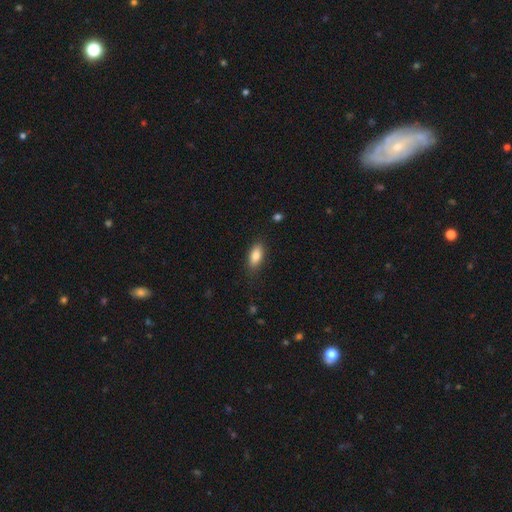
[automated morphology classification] smooth-or-featured: smooth: 84% | featured or disk: 9% | star or artifact: 7%
  how-rounded: in between: 85% | cigar-shaped: 11% | round: 3%
  merging: none: 83% | minor disturbance: 13% | major disturbance: 3% | merger: 1%